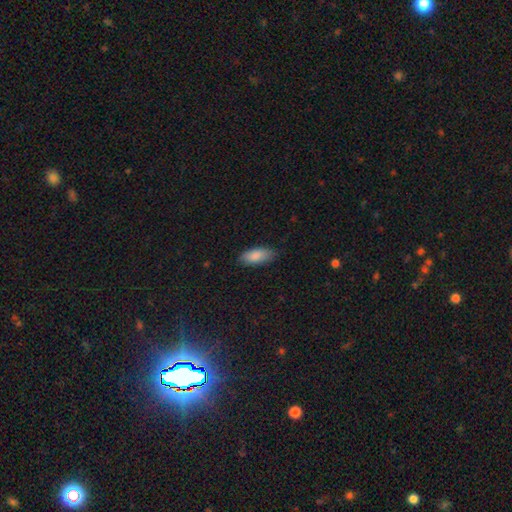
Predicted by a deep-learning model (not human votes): Q: Smooth or featured?
A: smooth (87%); runner-up: featured or disk (7%)
Q: How rounded?
A: in between (84%); runner-up: cigar-shaped (14%)
Q: Merging?
A: none (82%); runner-up: minor disturbance (14%)